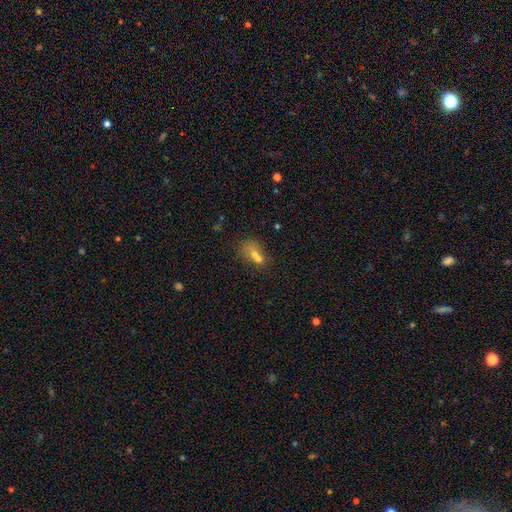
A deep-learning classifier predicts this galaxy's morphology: Smooth or featured? smooth (57%)
How rounded? in between (58%)
Merging? merger (39%)